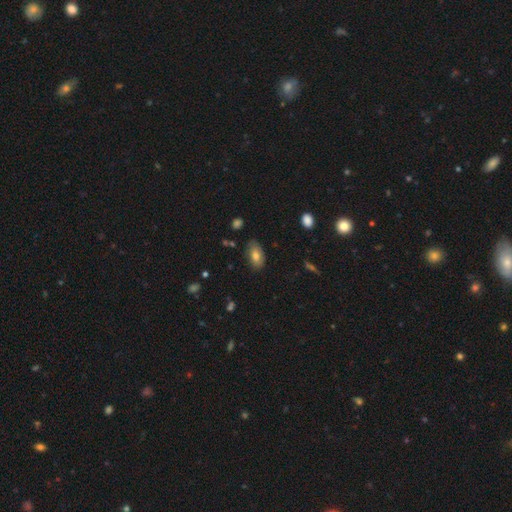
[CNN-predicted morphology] Smooth or featured? smooth (74%)
How rounded? in between (92%)
Merging? none (78%)